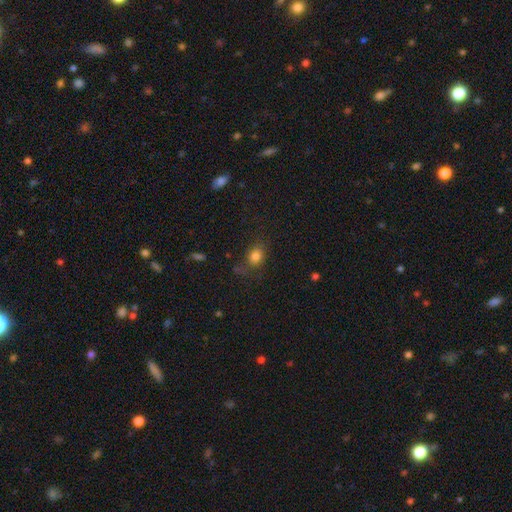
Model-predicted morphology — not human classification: Overall: smooth (80%). How rounded: round (56%; in between 43%). Merging: none (67%).